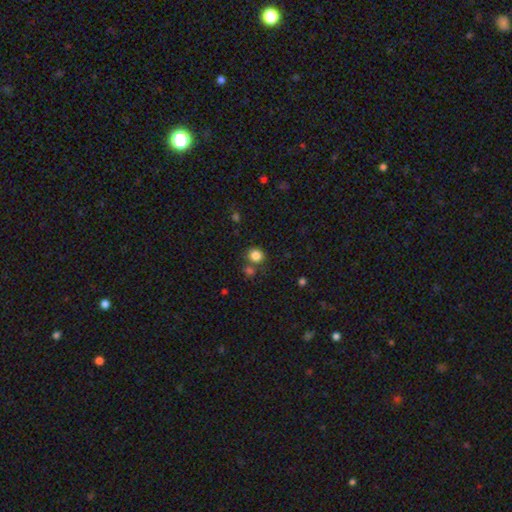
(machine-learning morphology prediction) A smooth galaxy with no disk features (84%) that is round (83%). Merging: none (71%).